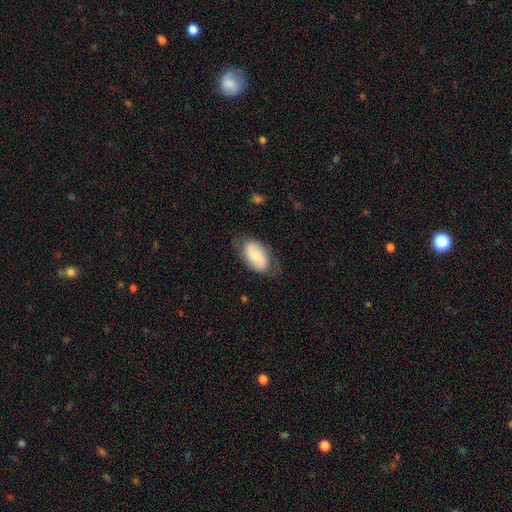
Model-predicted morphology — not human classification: type=smooth (56%); roundness=in between (93%); merging=none (71%).